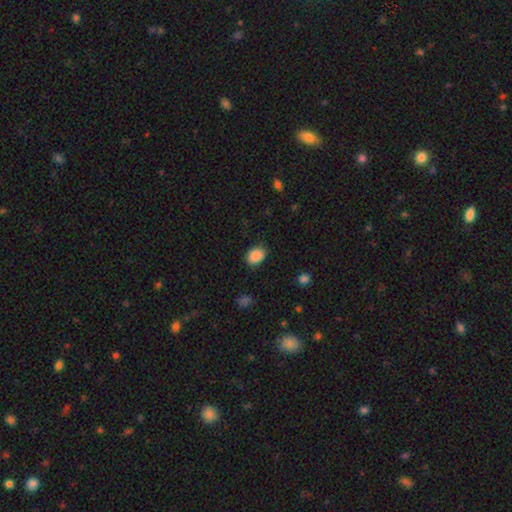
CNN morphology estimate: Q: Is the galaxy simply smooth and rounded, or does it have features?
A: smooth — 89%.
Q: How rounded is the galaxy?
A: in between — 71%.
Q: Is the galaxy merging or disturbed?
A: none — 82%.